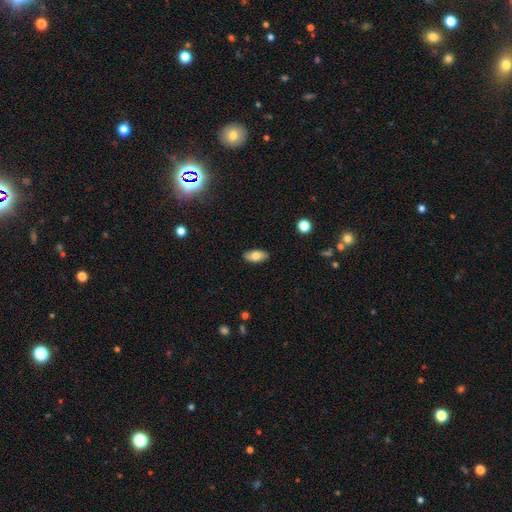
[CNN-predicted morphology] Smooth or featured? Predicted: smooth (p=0.77). How rounded? Predicted: in between (p=0.89). Merging? Predicted: none (p=0.88).